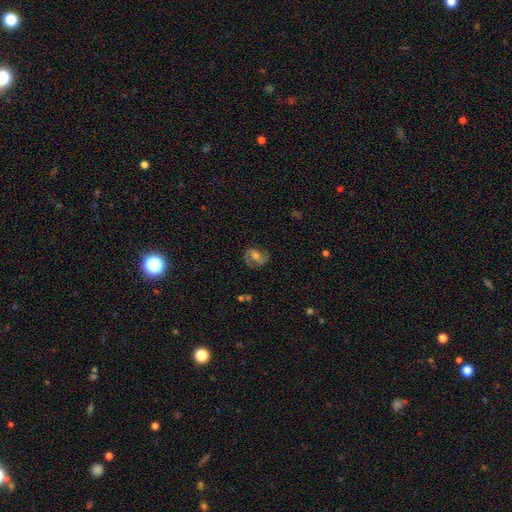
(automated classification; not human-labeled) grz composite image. It shows a featured or disk galaxy (75%) with a weak bar (43%), 2 (89%) medium (52%) spiral arms (92%) and a moderate central bulge (60%). Merging: none (78%).